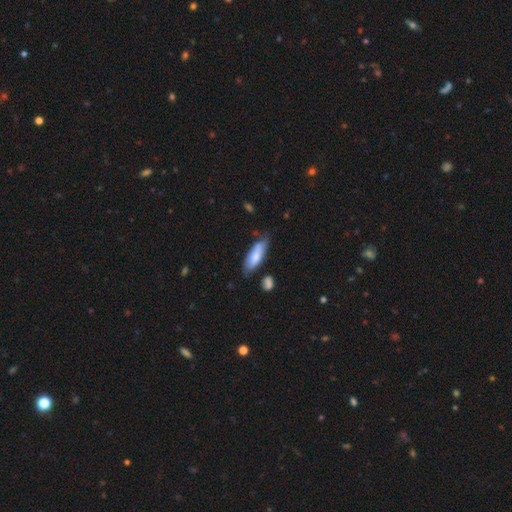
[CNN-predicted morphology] The model was most divided on "how rounded": in between: 61%, cigar-shaped: 37%, round: 2%. More confident: smooth or featured — smooth (75%); merging — none (63%).